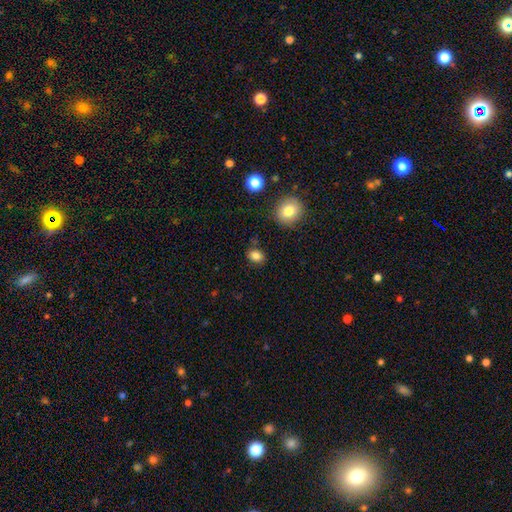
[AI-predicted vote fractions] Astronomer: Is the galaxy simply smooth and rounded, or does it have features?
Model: smooth — 83%.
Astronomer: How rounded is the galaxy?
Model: in between — 55% (runner-up: round, 44%).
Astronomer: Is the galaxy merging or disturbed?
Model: none — 84%.